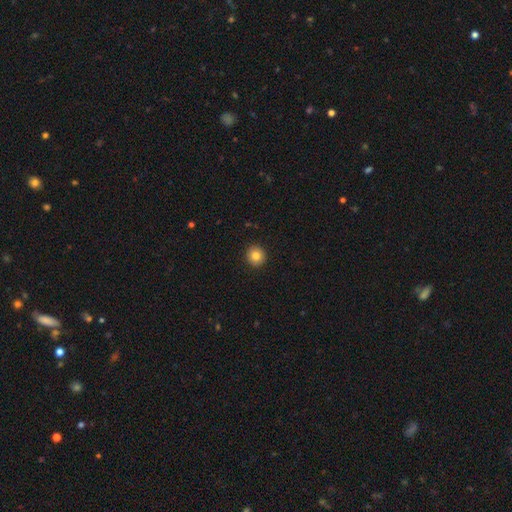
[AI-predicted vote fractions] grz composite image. It shows a smooth galaxy with no disk features (83%) that is round (93%). Merging: none (93%).